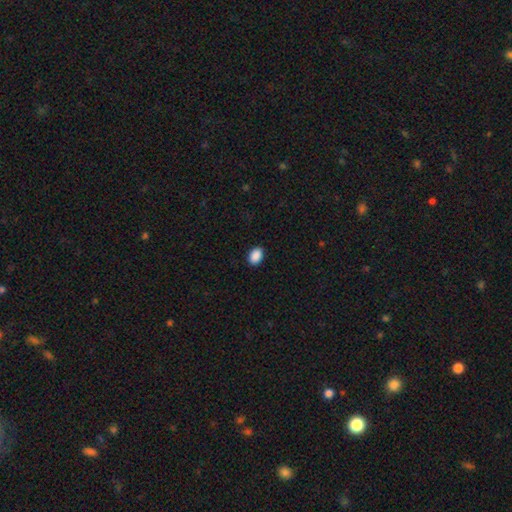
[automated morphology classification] Smooth or featured? Predicted: smooth (p=0.90). How rounded? Predicted: in between (p=0.80). Merging? Predicted: none (p=0.90).